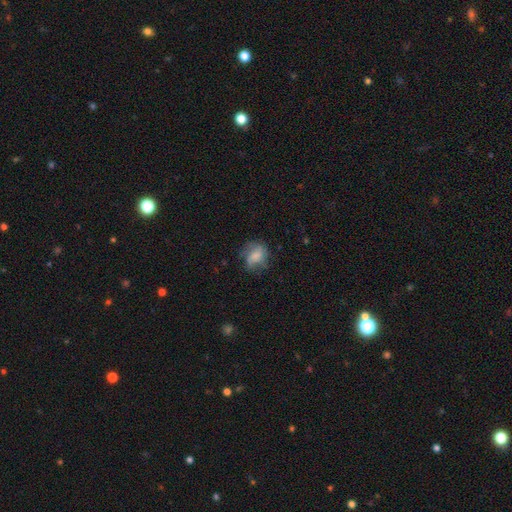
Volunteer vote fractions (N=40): Q: Smooth or featured?
A: smooth (48%); runner-up: featured or disk (45%)
Q: How rounded?
A: in between (58%); runner-up: round (42%)
Q: Merging?
A: none (51%); runner-up: minor disturbance (24%)